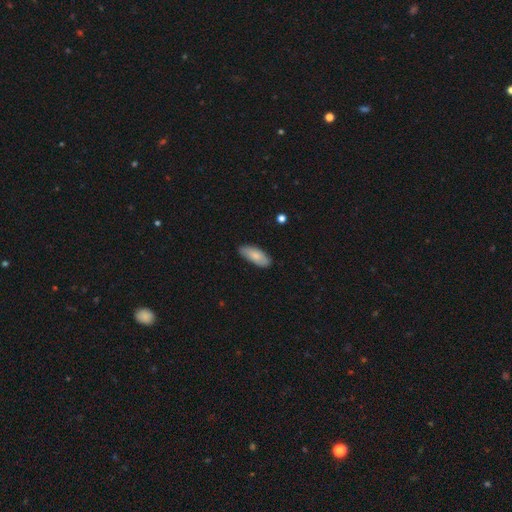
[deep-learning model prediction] Smooth or featured?
  - smooth: 81% *
  - featured or disk: 13%
  - star or artifact: 6%
How rounded?
  - in between: 82% *
  - cigar-shaped: 16%
  - round: 2%
Merging?
  - none: 84% *
  - minor disturbance: 13%
  - major disturbance: 2%
  - merger: 1%